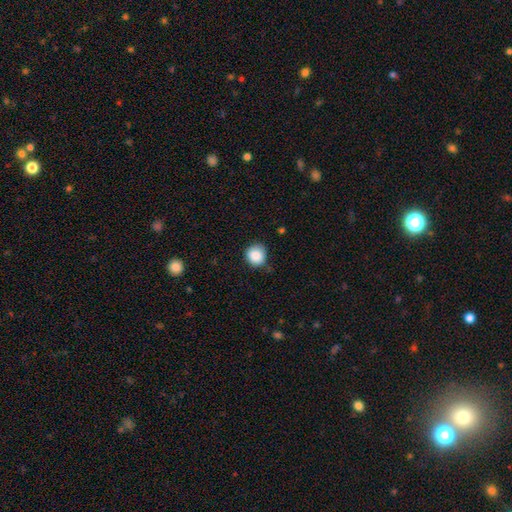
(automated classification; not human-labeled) The model was most divided on "merging": none: 75%, minor disturbance: 20%, major disturbance: 3%, merger: 2%. More confident: smooth or featured — smooth (87%); how rounded — round (87%).